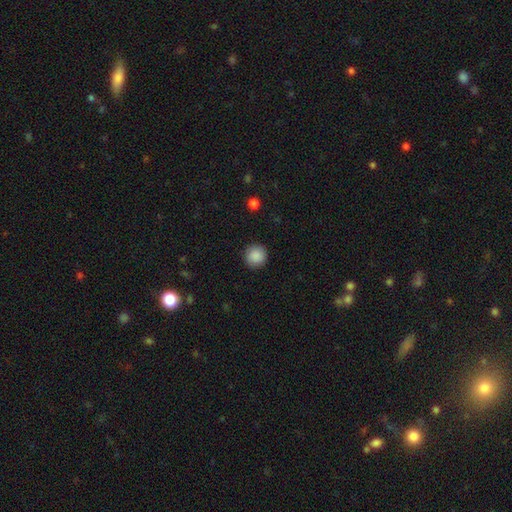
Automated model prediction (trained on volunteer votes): Q: Smooth or featured?
A: smooth (88%); runner-up: star or artifact (8%)
Q: How rounded?
A: round (95%); runner-up: in between (4%)
Q: Merging?
A: none (91%); runner-up: minor disturbance (6%)